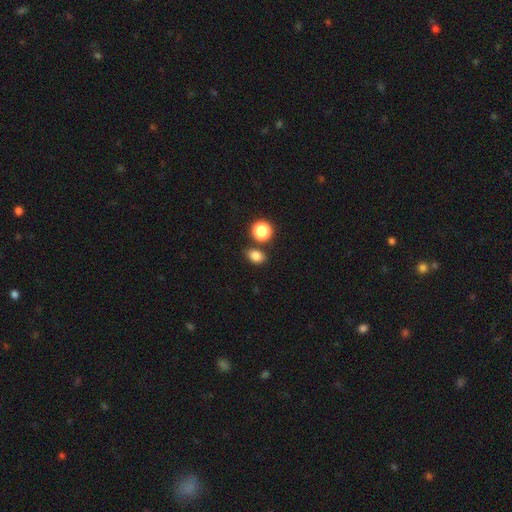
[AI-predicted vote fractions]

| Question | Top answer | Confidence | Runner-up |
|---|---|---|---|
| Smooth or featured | smooth | 82% | star or artifact (13%) |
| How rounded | in between | 60% | round (39%) |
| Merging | none | 75% | merger (11%) |